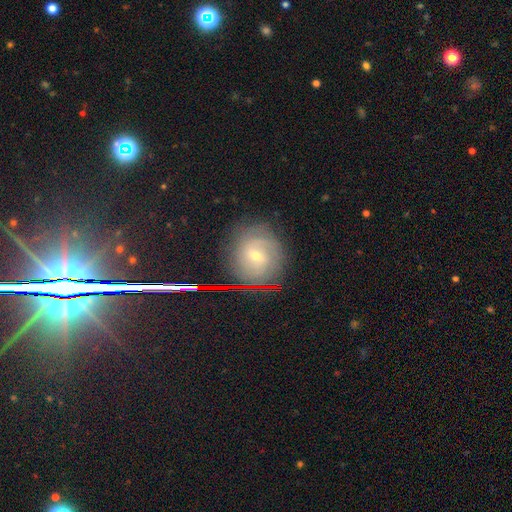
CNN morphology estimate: Smooth or featured?
  - featured or disk: 66% *
  - smooth: 19%
  - star or artifact: 15%
Edge-on disk?
  - no: 95% *
  - yes: 5%
Bar?
  - weak: 51% *
  - no: 32%
  - strong: 16%
Spiral arms?
  - yes: 90% *
  - no: 10%
Spiral winding?
  - tight: 59% *
  - medium: 30%
  - loose: 11%
Spiral arm count?
  - can't tell: 39% *
  - 2: 32%
  - 3: 13%
  - 4: 6%
  - 1: 5%
  - more than 4: 4%
Bulge size?
  - small: 59% *
  - moderate: 38%
  - large: 1%
  - none: 1%
  - dominant: 1%
Merging?
  - none: 79% *
  - minor disturbance: 14%
  - major disturbance: 5%
  - merger: 2%